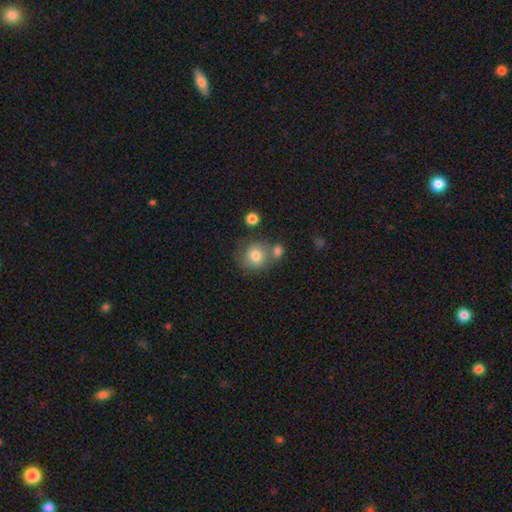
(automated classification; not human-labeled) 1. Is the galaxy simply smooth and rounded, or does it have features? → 78% smooth, 12% featured or disk, 10% star or artifact.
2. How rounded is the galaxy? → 85% round, 14% in between, 1% cigar-shaped.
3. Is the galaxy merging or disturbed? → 58% none, 23% merger, 14% minor disturbance, 5% major disturbance.